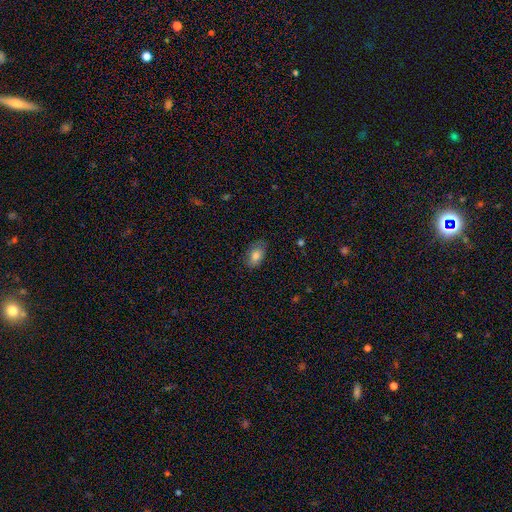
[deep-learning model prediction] Smooth or featured?
  - smooth: 81% *
  - featured or disk: 11%
  - star or artifact: 8%
How rounded?
  - in between: 90% *
  - round: 8%
  - cigar-shaped: 2%
Merging?
  - none: 78% *
  - minor disturbance: 18%
  - major disturbance: 4%
  - merger: 1%